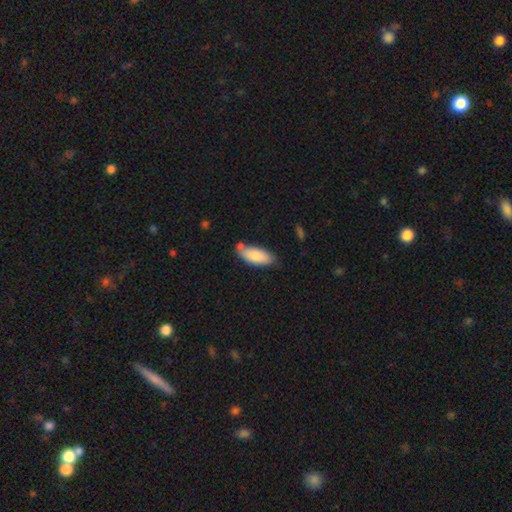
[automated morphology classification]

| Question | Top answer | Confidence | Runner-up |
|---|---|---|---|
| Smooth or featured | smooth | 82% | featured or disk (12%) |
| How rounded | in between | 83% | cigar-shaped (15%) |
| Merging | none | 63% | minor disturbance (21%) |